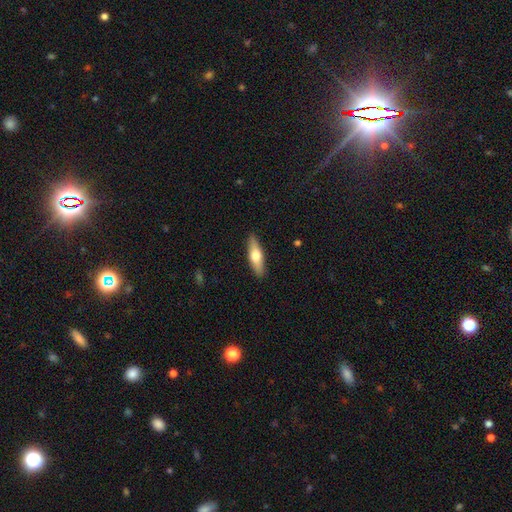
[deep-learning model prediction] Q: Smooth or featured?
A: smooth (57%); runner-up: featured or disk (38%)
Q: How rounded?
A: cigar-shaped (58%); runner-up: in between (39%)
Q: Merging?
A: none (89%); runner-up: minor disturbance (8%)